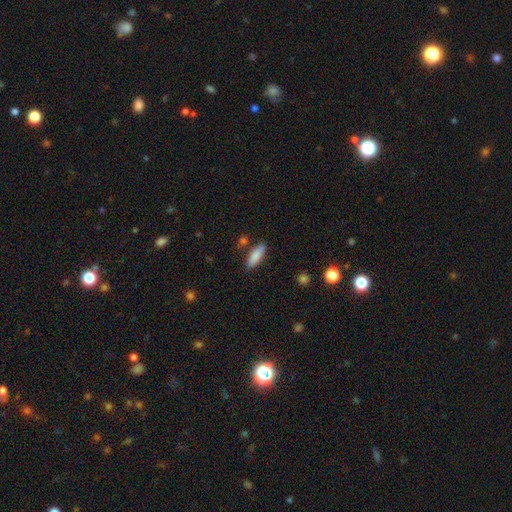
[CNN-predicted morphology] This is clearly a smooth galaxy (84%). How rounded: possibly in between (54%). Merging: clearly none (83%).